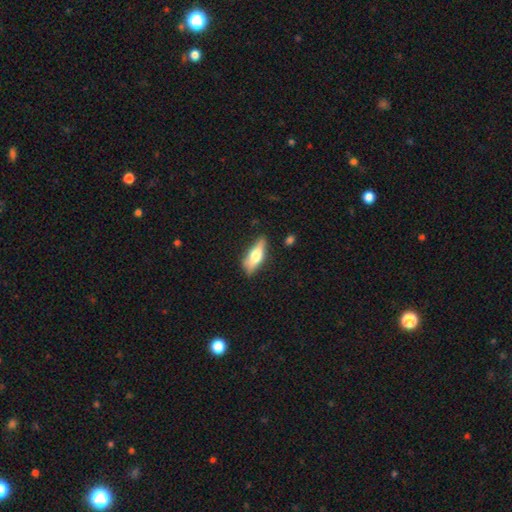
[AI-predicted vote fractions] Morphology: type=smooth (52%); roundness=in between (56%); merging=none (74%).